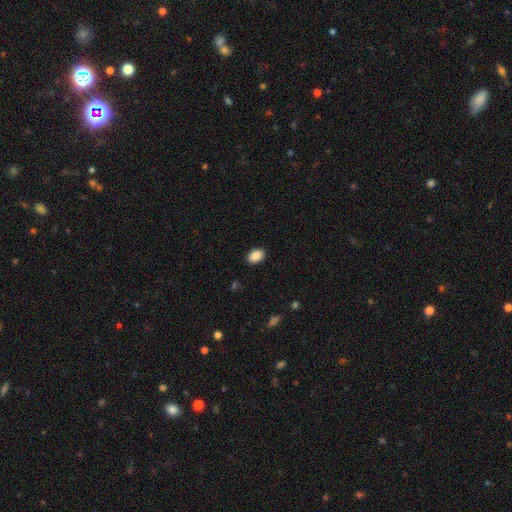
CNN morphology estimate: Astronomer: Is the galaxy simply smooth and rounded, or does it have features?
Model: smooth — 90%.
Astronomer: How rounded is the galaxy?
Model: in between — 81%.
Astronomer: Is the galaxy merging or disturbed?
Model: none — 89%.